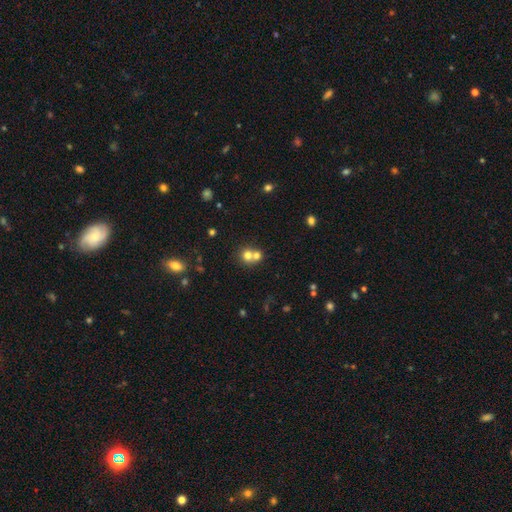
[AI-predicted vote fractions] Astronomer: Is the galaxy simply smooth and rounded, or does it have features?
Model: smooth — 70%.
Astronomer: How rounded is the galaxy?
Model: round — 85%.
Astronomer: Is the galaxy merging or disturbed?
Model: merger — 52% (runner-up: none, 40%).